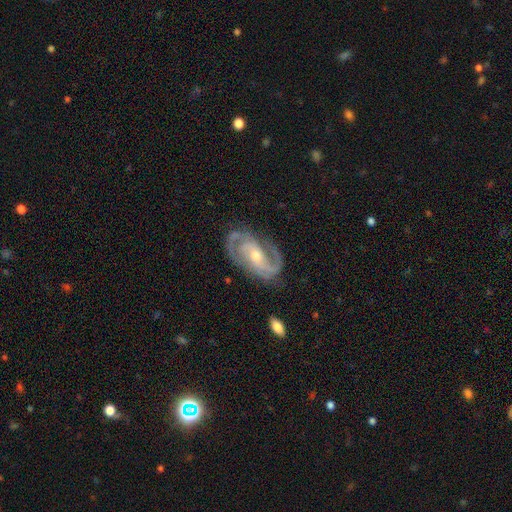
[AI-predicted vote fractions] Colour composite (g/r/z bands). It shows a featured or disk galaxy (90%) with no bar (40%), 2 (80%) medium (47%) spiral arms (97%) and a moderate central bulge (50%). Merging: none (74%).